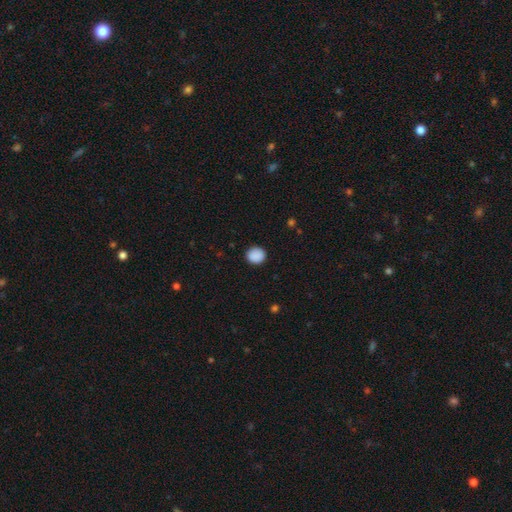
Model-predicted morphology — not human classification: Q: Smooth or featured?
A: smooth (89%); runner-up: star or artifact (8%)
Q: How rounded?
A: round (88%); runner-up: in between (11%)
Q: Merging?
A: none (90%); runner-up: minor disturbance (7%)